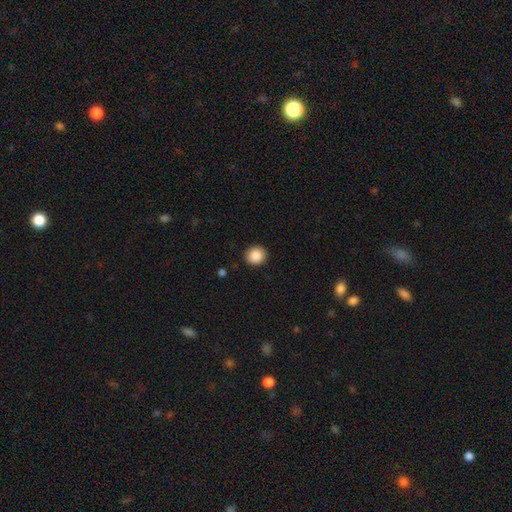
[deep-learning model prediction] smooth 89%, star or artifact 9%, featured or disk 3%. Down the decision tree: how rounded — round (85%); merging — none (90%).